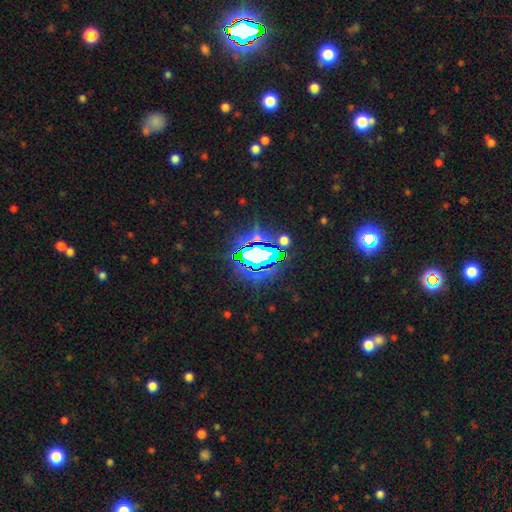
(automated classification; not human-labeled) Smooth or featured? star or artifact (73%)